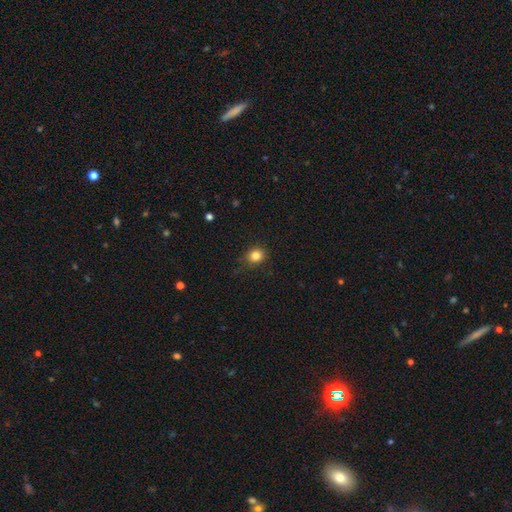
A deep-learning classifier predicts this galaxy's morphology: Smooth or featured: smooth — 83% (star or artifact — 12%)
How rounded: round — 78% (in between — 21%)
Merging: none — 84% (minor disturbance — 12%)